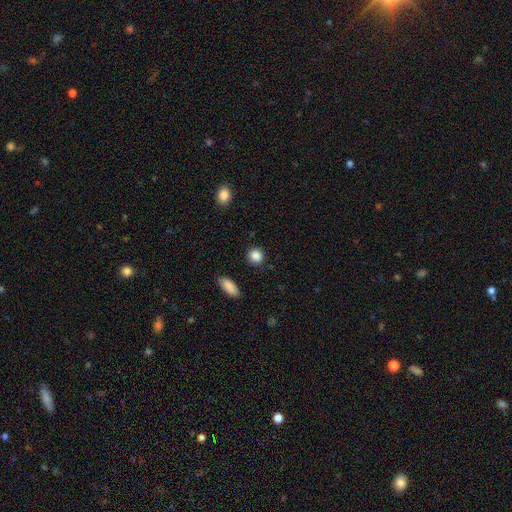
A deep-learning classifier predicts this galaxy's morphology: The model was most divided on "how rounded": round: 85%, in between: 13%, cigar-shaped: 1%. More confident: merging — none (89%); smooth or featured — smooth (88%).